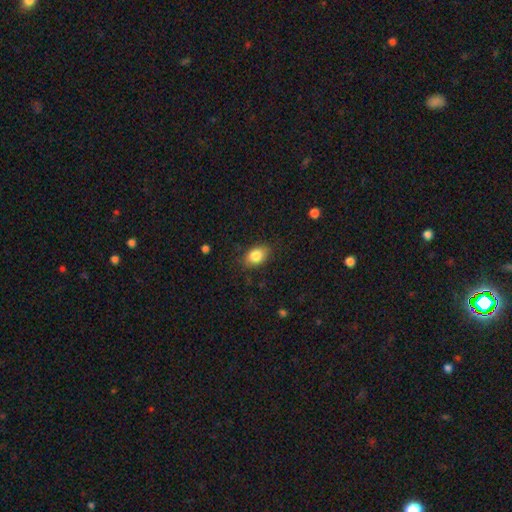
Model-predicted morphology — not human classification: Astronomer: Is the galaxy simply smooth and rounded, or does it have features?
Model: smooth — 84%.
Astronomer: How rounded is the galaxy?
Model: in between — 80%.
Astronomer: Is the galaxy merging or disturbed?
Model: none — 81%.